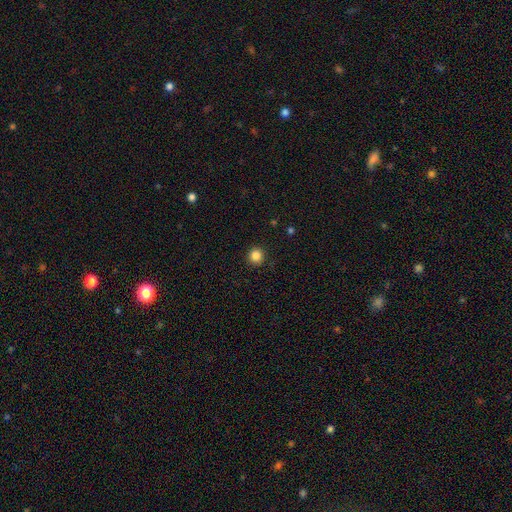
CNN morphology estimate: Smooth or featured? smooth (84%)
How rounded? round (94%)
Merging? none (92%)